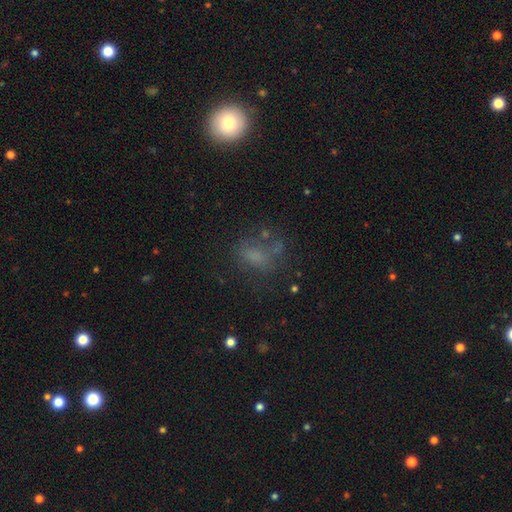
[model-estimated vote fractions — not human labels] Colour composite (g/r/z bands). It shows a smooth galaxy with no disk features (53%) that is in between round and cigar-shaped (69%). Merging: none (50%).